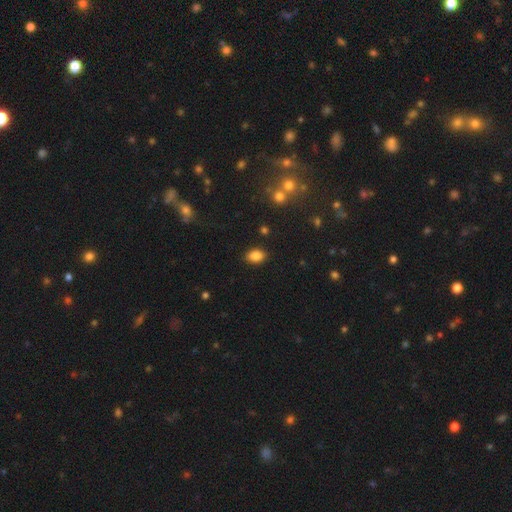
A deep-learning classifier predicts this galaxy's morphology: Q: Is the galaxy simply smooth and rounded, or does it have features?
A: smooth — 86%.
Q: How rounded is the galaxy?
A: in between — 85%.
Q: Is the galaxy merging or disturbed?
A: none — 87%.